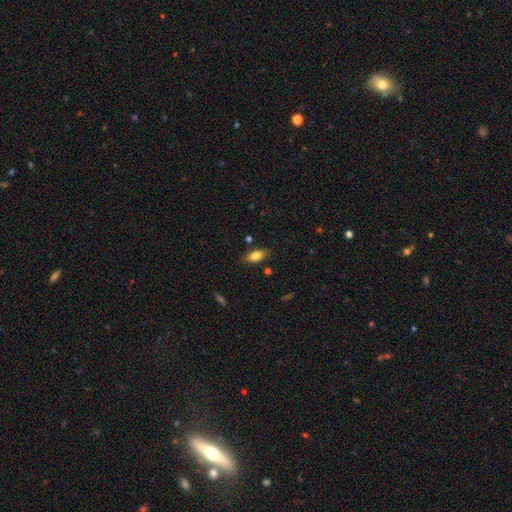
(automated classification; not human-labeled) Smooth or featured? smooth (81%)
How rounded? in between (85%)
Merging? none (83%)